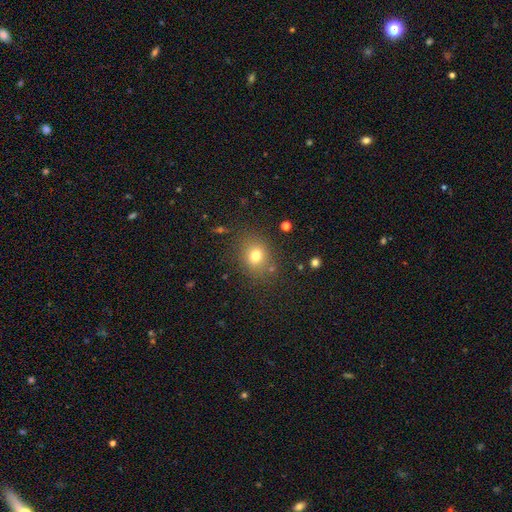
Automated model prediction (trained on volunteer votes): Overall: smooth (74%). How rounded: round (65%; in between 34%). Merging: none (81%).